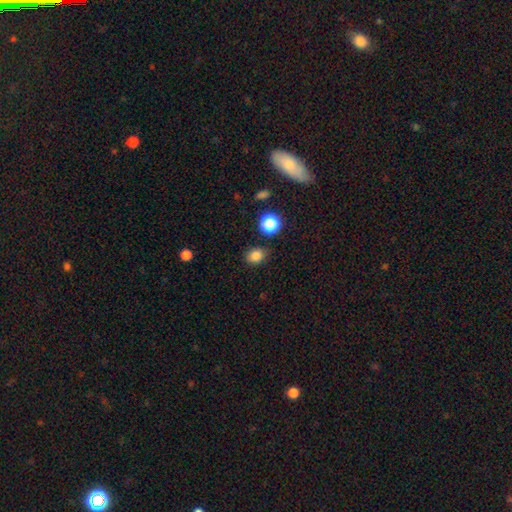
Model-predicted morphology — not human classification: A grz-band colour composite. It shows a smooth galaxy with no disk features (82%) that is round (55%). Merging: none (82%).